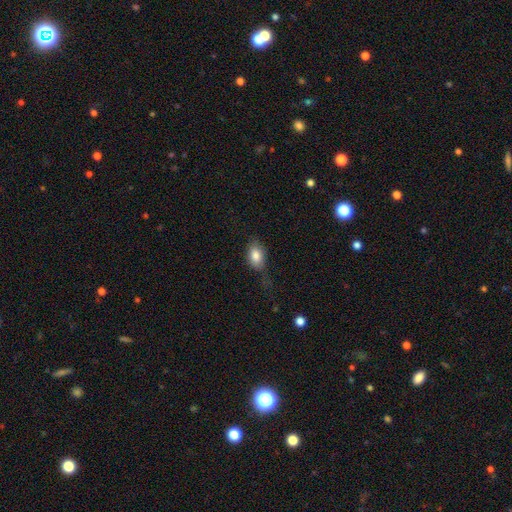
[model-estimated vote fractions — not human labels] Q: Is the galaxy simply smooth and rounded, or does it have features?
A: smooth — 82%.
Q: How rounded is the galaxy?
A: in between — 84%.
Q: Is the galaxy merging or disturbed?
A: none — 55%.